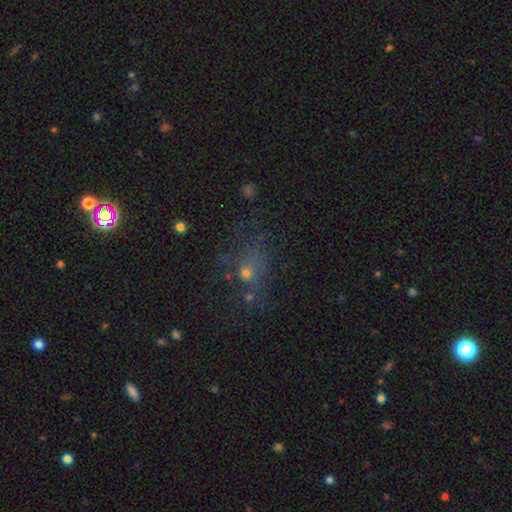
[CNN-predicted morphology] type=star or artifact (46%).